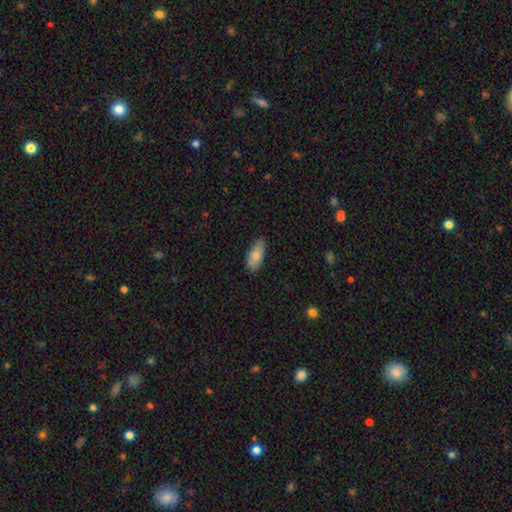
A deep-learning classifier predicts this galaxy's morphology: The model was most divided on "smooth or featured": smooth: 78%, featured or disk: 16%, star or artifact: 6%. More confident: how rounded — in between (87%); merging — none (82%).